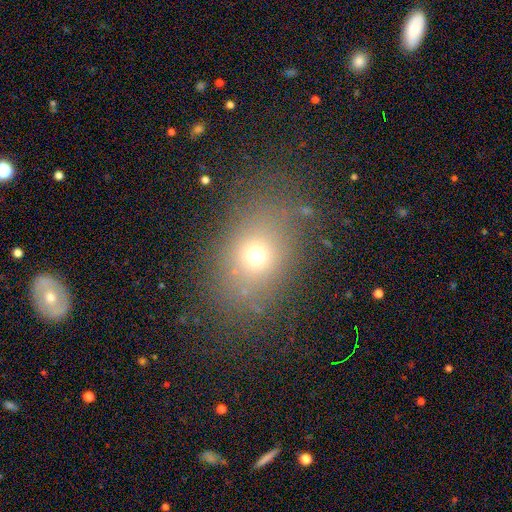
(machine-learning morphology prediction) Overall: smooth (67%). How rounded: in between (60%; round 38%). Merging: none (79%).